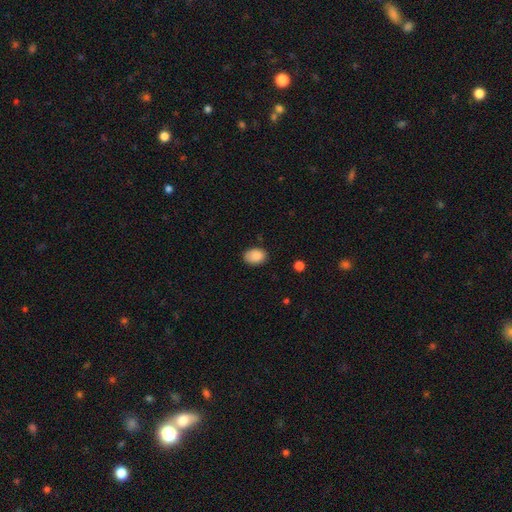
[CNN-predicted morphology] The model was most divided on "how rounded": in between: 77%, round: 22%, cigar-shaped: 1%. More confident: smooth or featured — smooth (88%); merging — none (78%).